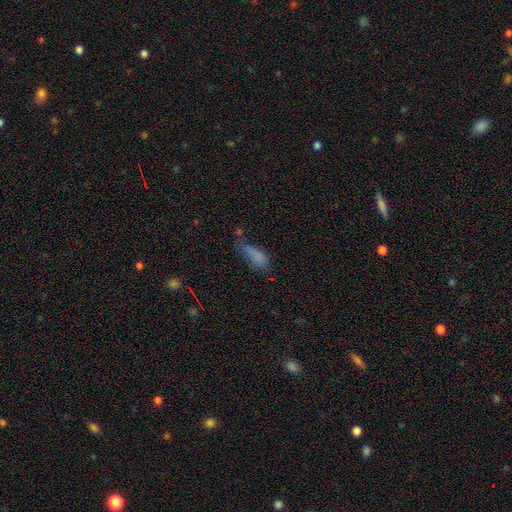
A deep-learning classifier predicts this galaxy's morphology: smooth_or_featured: smooth (p=0.74) [alt: star or artifact p=0.14]
how_rounded: in between (p=0.67) [alt: cigar-shaped p=0.29]
merging: none (p=0.36) [alt: minor disturbance p=0.31]